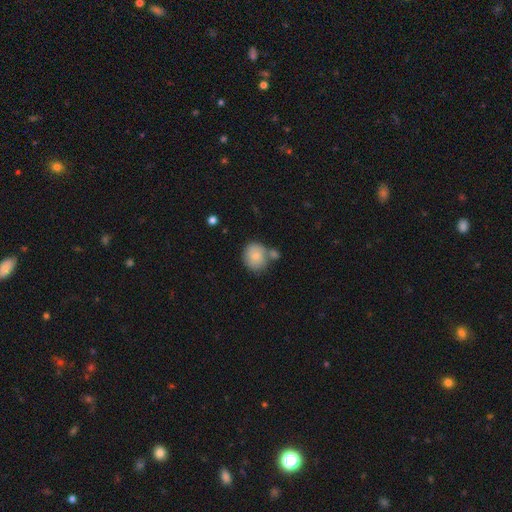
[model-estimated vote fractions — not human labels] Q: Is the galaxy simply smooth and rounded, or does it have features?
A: smooth — 82%.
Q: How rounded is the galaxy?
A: round — 77%.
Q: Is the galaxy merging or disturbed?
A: none — 53%.